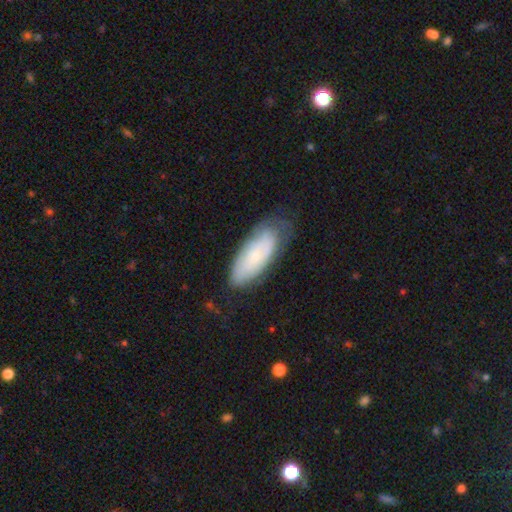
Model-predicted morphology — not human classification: The model was most divided on "smooth or featured": smooth: 54%, featured or disk: 40%, star or artifact: 6%. More confident: how rounded — in between (80%); merging — none (60%).